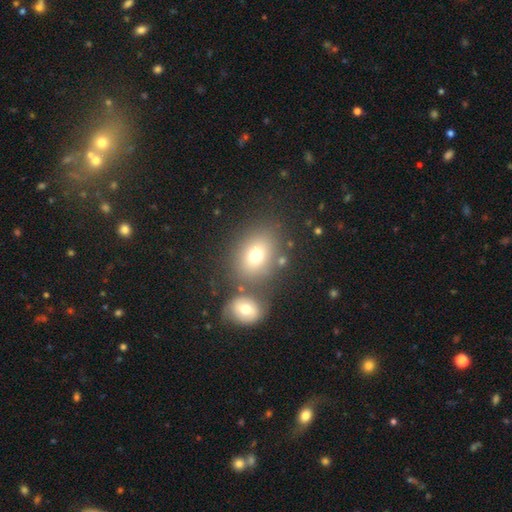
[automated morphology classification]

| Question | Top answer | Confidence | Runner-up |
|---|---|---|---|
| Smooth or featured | smooth | 72% | featured or disk (15%) |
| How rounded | in between | 52% | round (46%) |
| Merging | none | 64% | merger (19%) |